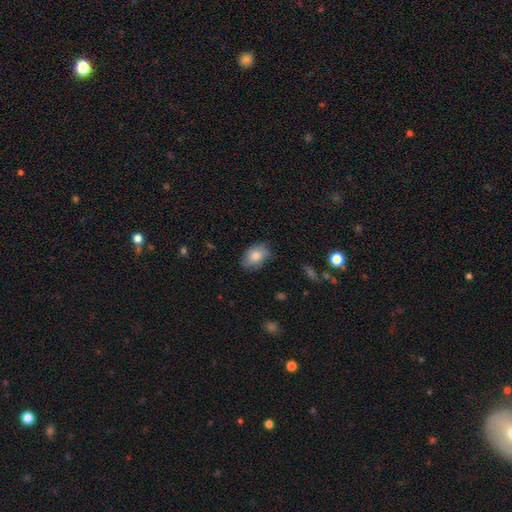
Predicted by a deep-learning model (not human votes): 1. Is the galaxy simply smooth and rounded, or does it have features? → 81% smooth, 12% featured or disk, 7% star or artifact.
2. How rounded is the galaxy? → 83% in between, 16% round, 1% cigar-shaped.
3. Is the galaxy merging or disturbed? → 72% none, 22% minor disturbance, 5% major disturbance, 1% merger.